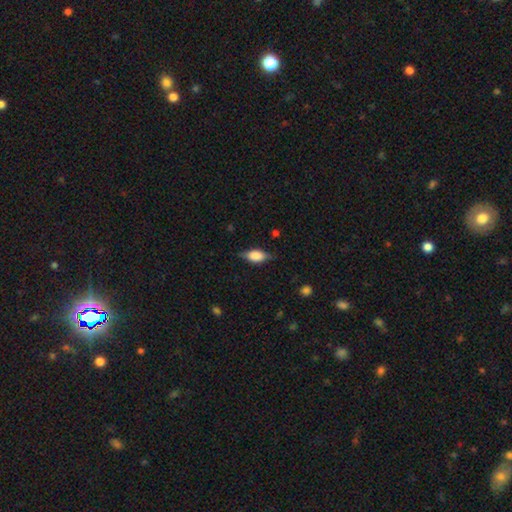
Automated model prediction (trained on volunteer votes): Smooth or featured? Predicted: smooth (p=0.71). How rounded? Predicted: in between (p=0.84). Merging? Predicted: none (p=0.72).